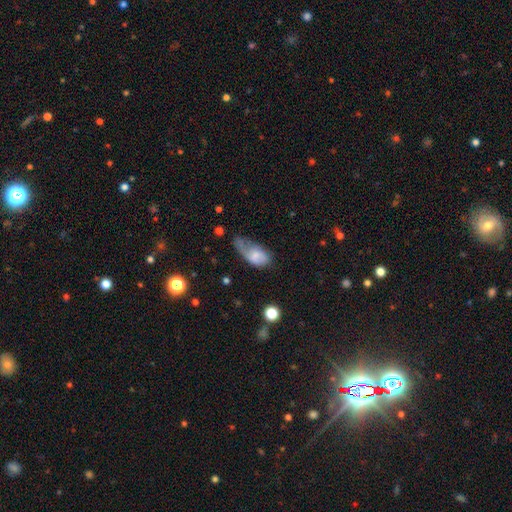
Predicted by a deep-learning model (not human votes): A smooth galaxy with no disk features (59%) that is in between round and cigar-shaped (90%). Merging: major disturbance (40%).